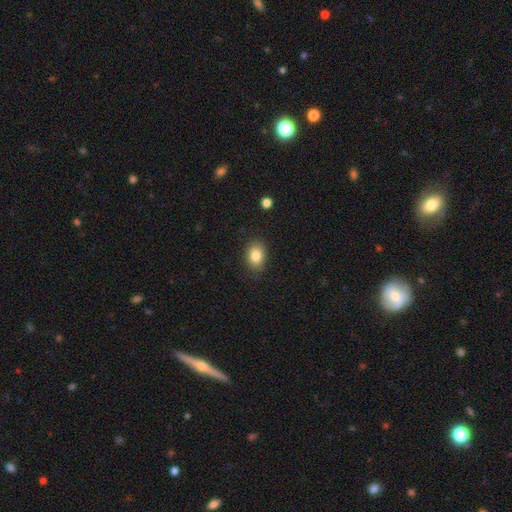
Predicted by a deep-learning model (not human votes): smooth-or-featured: smooth: 84% | star or artifact: 9% | featured or disk: 7%
  how-rounded: in between: 71% | round: 28% | cigar-shaped: 1%
  merging: none: 84% | minor disturbance: 12% | major disturbance: 3% | merger: 1%